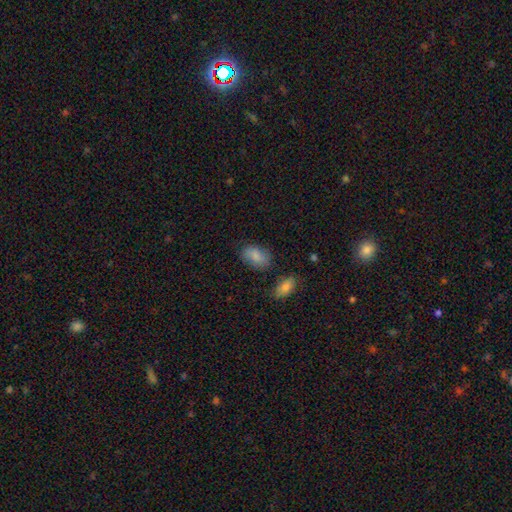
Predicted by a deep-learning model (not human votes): Q: Smooth or featured?
A: smooth (83%); runner-up: featured or disk (9%)
Q: How rounded?
A: in between (87%); runner-up: round (11%)
Q: Merging?
A: none (72%); runner-up: minor disturbance (19%)